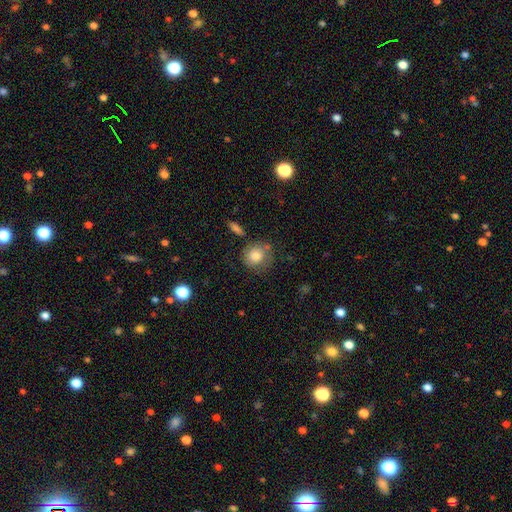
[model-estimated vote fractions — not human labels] smooth 80%, featured or disk 12%, star or artifact 8%. Down the decision tree: how rounded — round (85%); merging — none (68%).